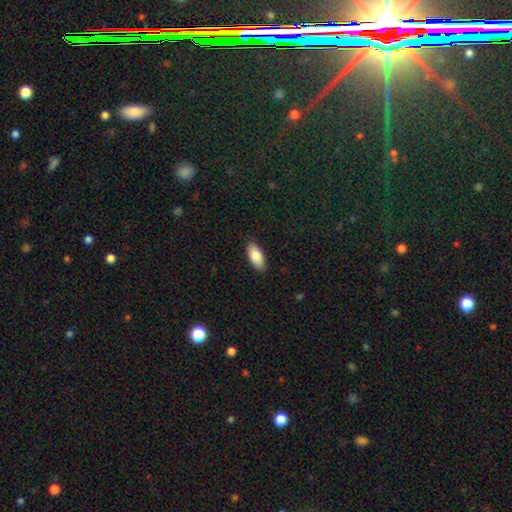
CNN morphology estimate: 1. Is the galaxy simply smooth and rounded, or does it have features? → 84% smooth, 10% featured or disk, 6% star or artifact.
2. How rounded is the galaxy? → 88% in between, 10% cigar-shaped, 2% round.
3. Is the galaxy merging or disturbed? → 87% none, 10% minor disturbance, 2% major disturbance, 1% merger.